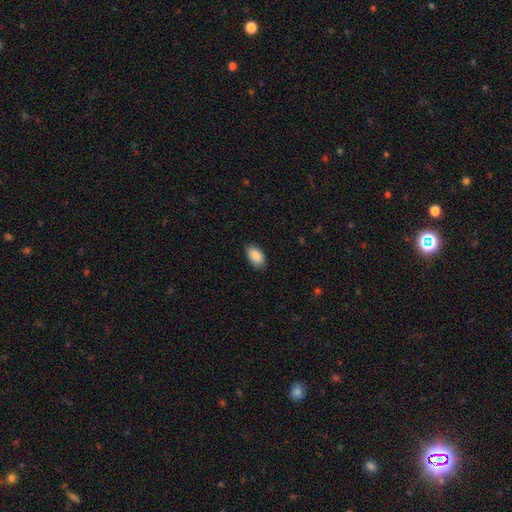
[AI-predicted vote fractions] This appears to be a smooth galaxy with no disk features (89%) that is in between round and cigar-shaped (94%). Merging: none (83%).